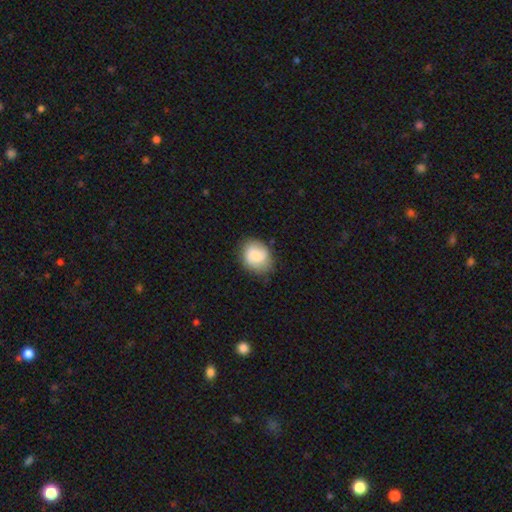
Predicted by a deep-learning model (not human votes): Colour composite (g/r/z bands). It shows a smooth galaxy with no disk features (79%) that is round (59%). Merging: none (75%).